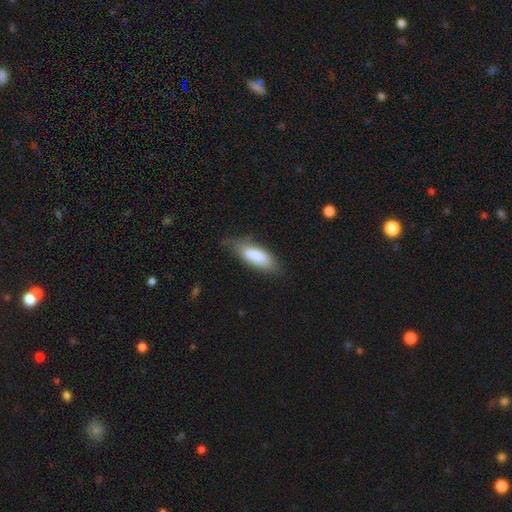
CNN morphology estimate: smooth_or_featured: smooth (p=0.82) [alt: featured or disk p=0.12]
how_rounded: in between (p=0.69) [alt: cigar-shaped p=0.29]
merging: none (p=0.63) [alt: minor disturbance p=0.28]